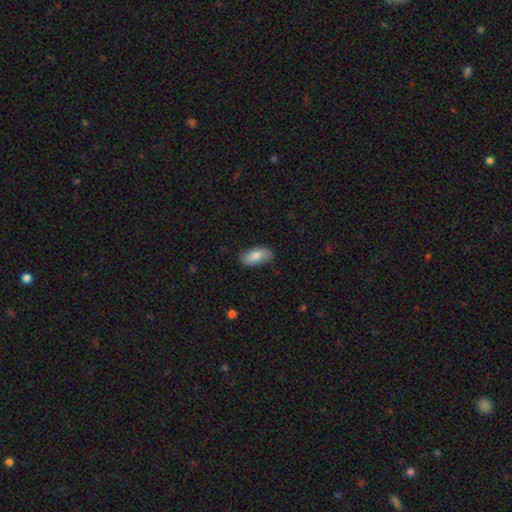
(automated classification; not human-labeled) Smooth or featured?
  - smooth: 80% *
  - featured or disk: 14%
  - star or artifact: 6%
How rounded?
  - in between: 92% *
  - cigar-shaped: 5%
  - round: 3%
Merging?
  - none: 75% *
  - minor disturbance: 20%
  - major disturbance: 3%
  - merger: 1%